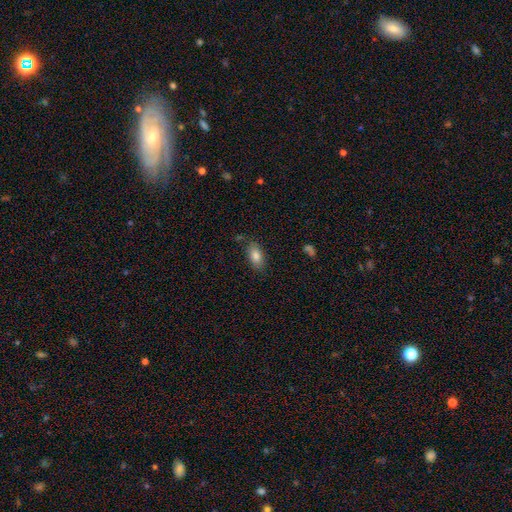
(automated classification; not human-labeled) Smooth or featured: smooth — 83% (featured or disk — 9%)
How rounded: in between — 91% (round — 5%)
Merging: none — 80% (minor disturbance — 14%)